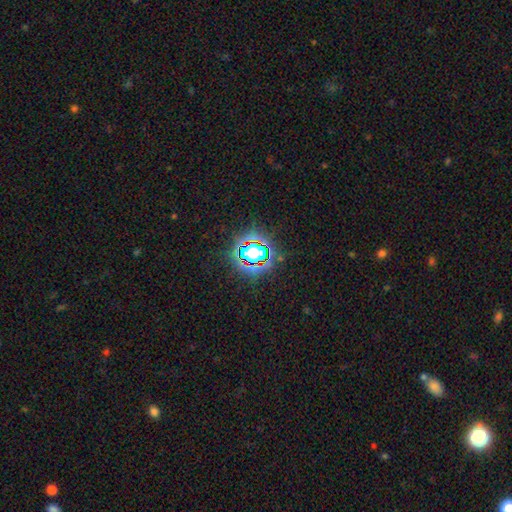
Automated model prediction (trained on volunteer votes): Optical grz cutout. It shows a star or artifact, not a galaxy (69%).